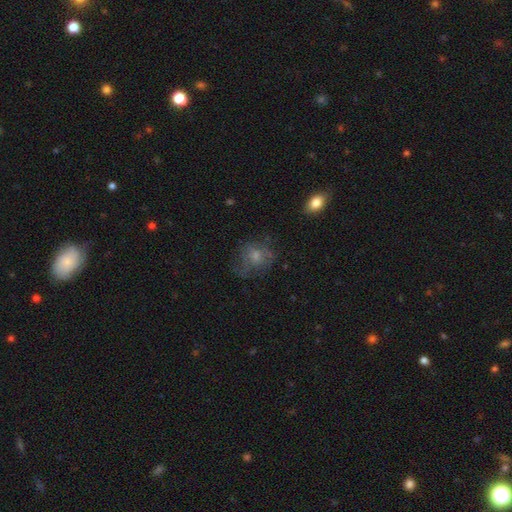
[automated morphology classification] Smooth or featured: smooth — 43% (featured or disk — 37%)
Merging: none — 60% (minor disturbance — 21%)